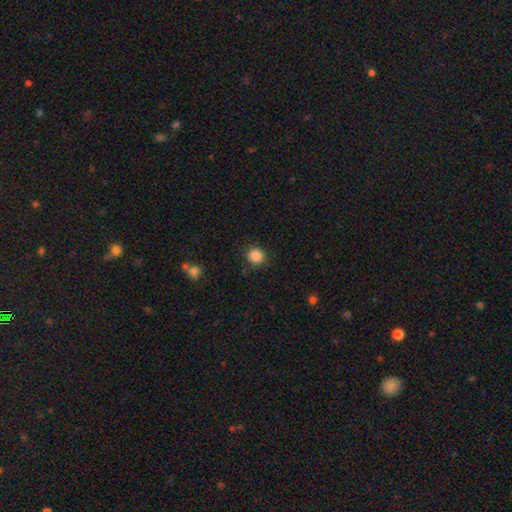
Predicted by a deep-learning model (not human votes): smooth 86%, star or artifact 10%, featured or disk 3%. Down the decision tree: how rounded — round (88%); merging — none (87%).